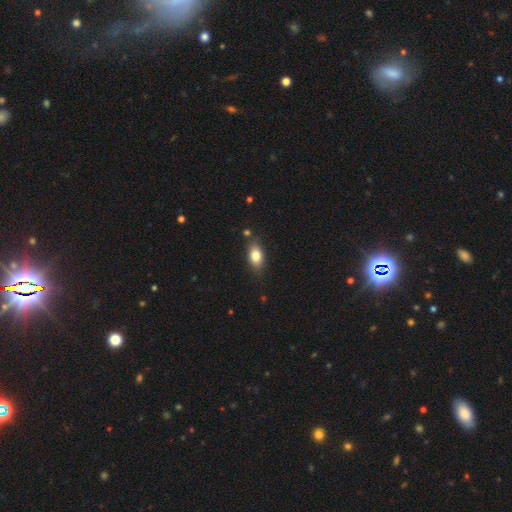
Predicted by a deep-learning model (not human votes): The model was most divided on "merging": none: 79%, minor disturbance: 14%, merger: 4%, major disturbance: 3%. More confident: how rounded — in between (86%); smooth or featured — smooth (81%).